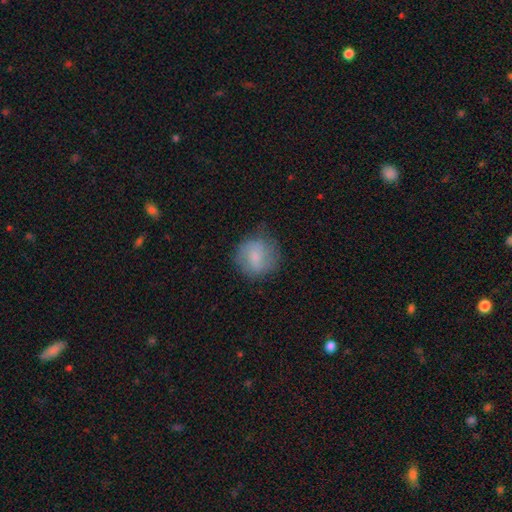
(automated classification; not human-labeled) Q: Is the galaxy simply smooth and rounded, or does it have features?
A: smooth — 73%.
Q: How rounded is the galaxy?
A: round — 86%.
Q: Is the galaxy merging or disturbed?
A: none — 68%.